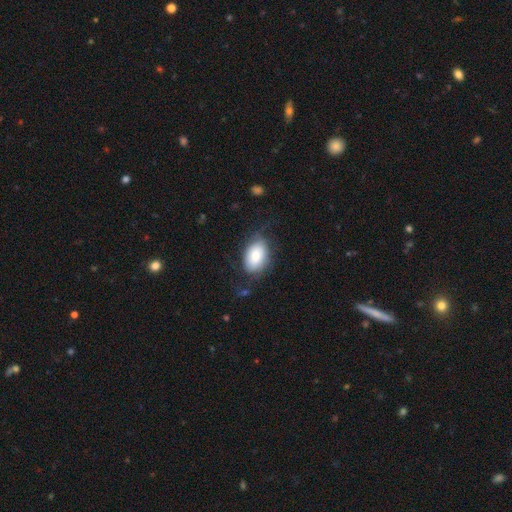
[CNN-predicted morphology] smooth-or-featured: smooth: 73% | featured or disk: 20% | star or artifact: 7%
  how-rounded: in between: 86% | round: 12% | cigar-shaped: 1%
  merging: none: 59% | minor disturbance: 25% | major disturbance: 14% | merger: 2%